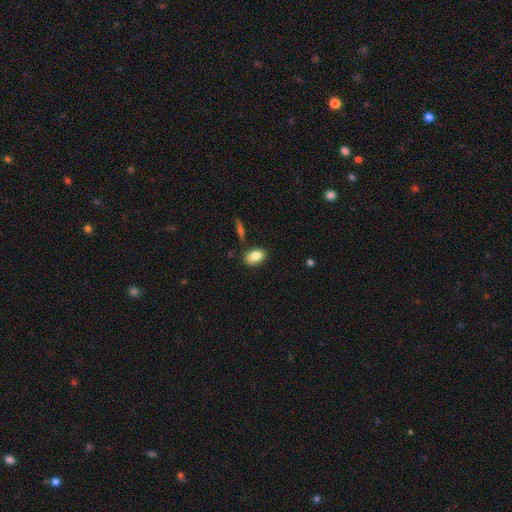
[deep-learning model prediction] Smooth or featured: smooth — 84% (featured or disk — 8%)
How rounded: in between — 87% (round — 11%)
Merging: none — 81% (minor disturbance — 13%)